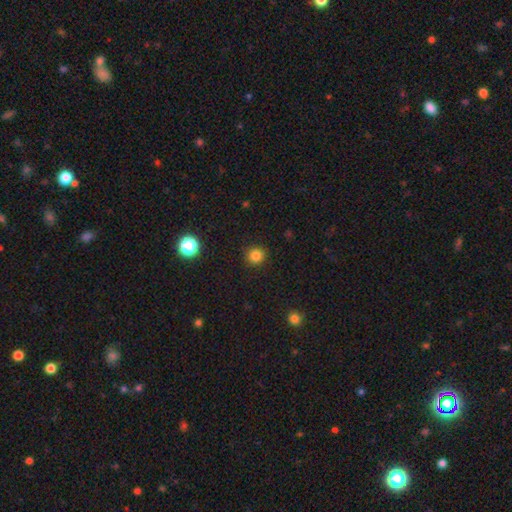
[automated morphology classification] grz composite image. It shows a smooth galaxy with no disk features (82%) that is round (92%). Merging: none (91%).